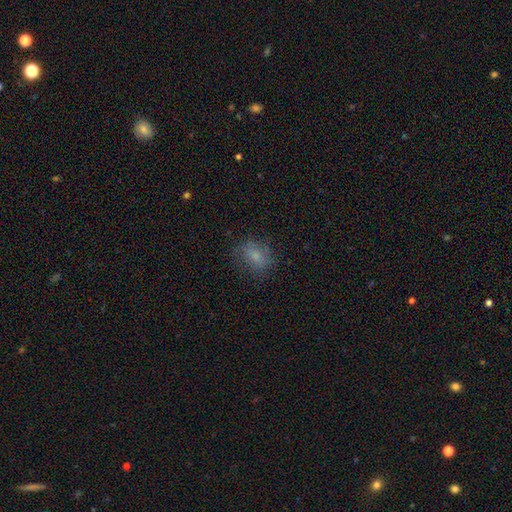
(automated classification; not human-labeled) Smooth or featured: smooth — 69% (featured or disk — 19%)
How rounded: in between — 56% (round — 42%)
Merging: none — 70% (minor disturbance — 19%)